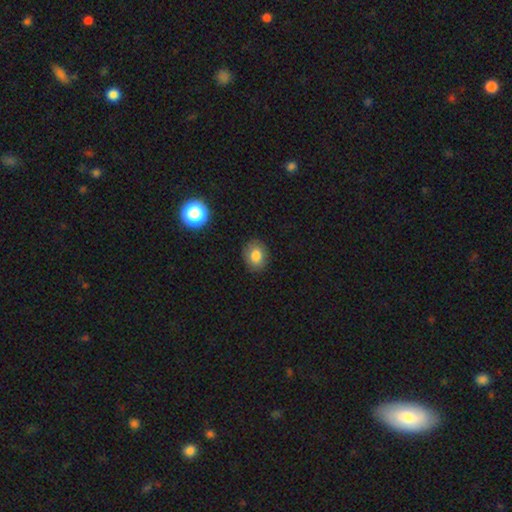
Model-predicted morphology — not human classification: Smooth or featured? Predicted: smooth (p=0.82). How rounded? Predicted: round (p=0.50). Merging? Predicted: none (p=0.86).